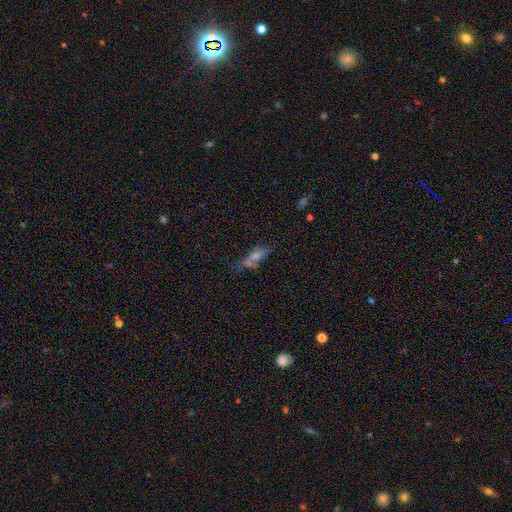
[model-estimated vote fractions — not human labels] Overall: smooth (50%; featured or disk 30%). How rounded: in between (51%; cigar-shaped 43%). Merging: none (49%; minor disturbance 21%).